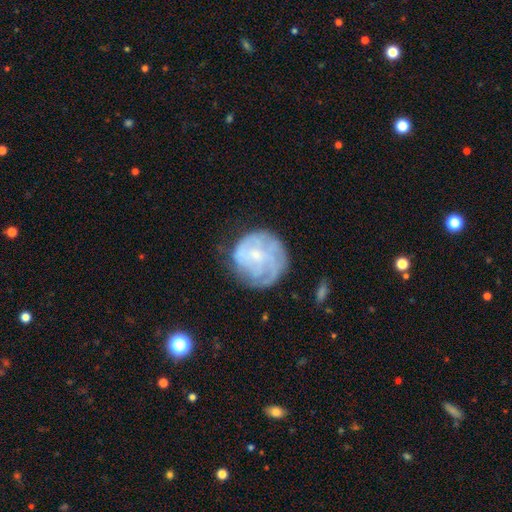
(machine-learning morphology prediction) This is likely a featured or disk galaxy (62%). It is clearly not viewed edge-on (98%). Bar: likely no (74%). Spiral arm pattern: likely yes (74%). Central bulge: likely small (68%). Merging: likely none (62%).